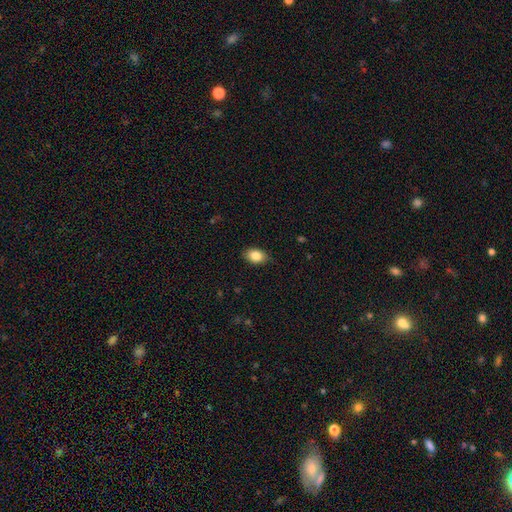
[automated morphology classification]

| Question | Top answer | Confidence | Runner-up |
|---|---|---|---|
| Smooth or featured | smooth | 86% | star or artifact (8%) |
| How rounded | in between | 83% | round (15%) |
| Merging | none | 84% | minor disturbance (13%) |